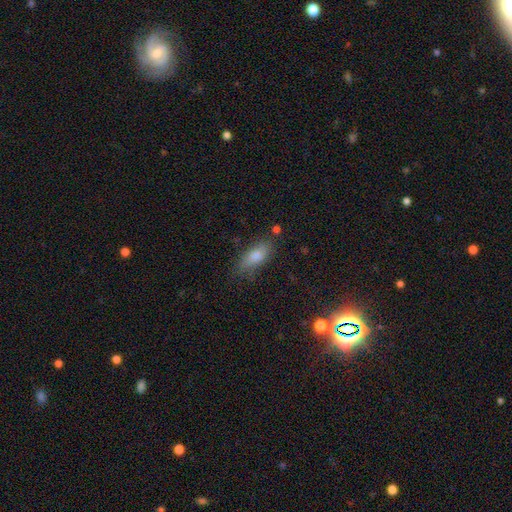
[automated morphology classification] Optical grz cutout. It shows a smooth galaxy with no disk features (73%) that is in between round and cigar-shaped (74%). Merging: none (73%).